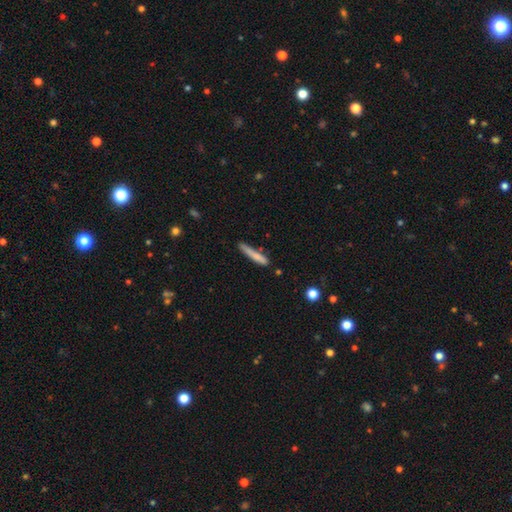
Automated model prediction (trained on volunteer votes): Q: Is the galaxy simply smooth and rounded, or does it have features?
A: smooth — 75%.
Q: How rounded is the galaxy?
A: cigar-shaped — 93%.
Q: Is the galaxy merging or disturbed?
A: none — 69%.